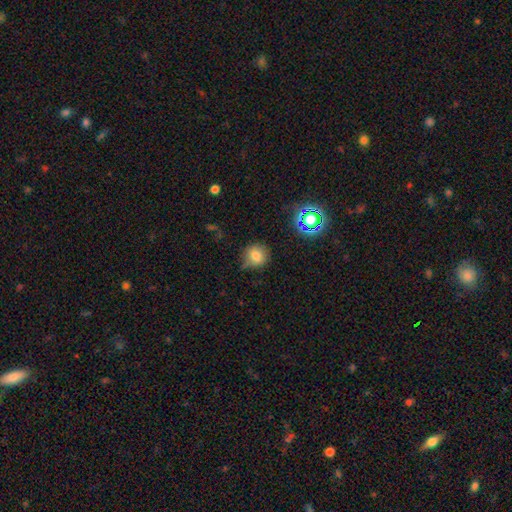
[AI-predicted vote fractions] Q: Smooth or featured?
A: smooth (78%); runner-up: star or artifact (15%)
Q: How rounded?
A: round (87%); runner-up: in between (12%)
Q: Merging?
A: none (70%); runner-up: minor disturbance (22%)